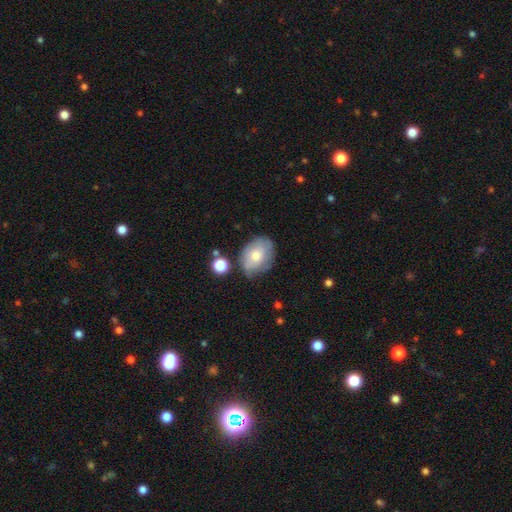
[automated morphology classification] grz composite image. It shows a smooth galaxy with no disk features (65%) that is in between round and cigar-shaped (73%). Merging: none (57%).